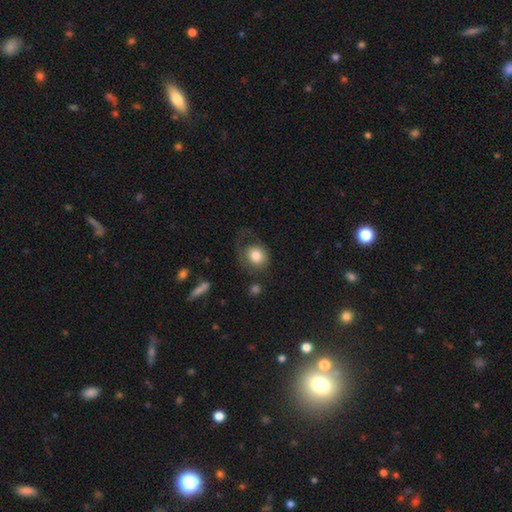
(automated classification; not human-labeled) Smooth or featured? smooth (77%)
How rounded? round (70%)
Merging? none (45%)